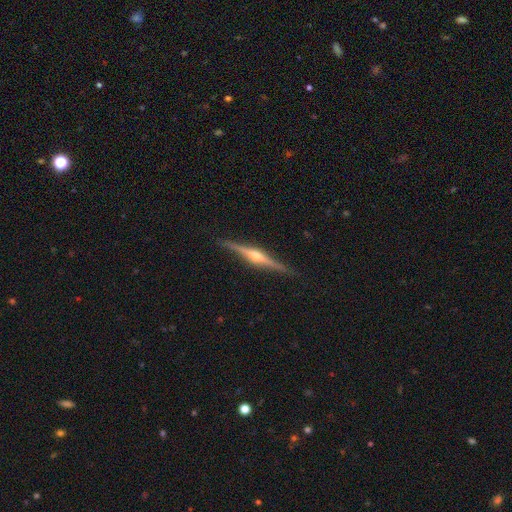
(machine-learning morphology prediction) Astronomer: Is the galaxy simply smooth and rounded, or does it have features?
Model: featured or disk — 85%.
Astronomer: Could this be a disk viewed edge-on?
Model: yes — 98%.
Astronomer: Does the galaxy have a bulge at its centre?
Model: rounded — 89%.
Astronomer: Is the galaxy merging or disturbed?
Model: none — 90%.